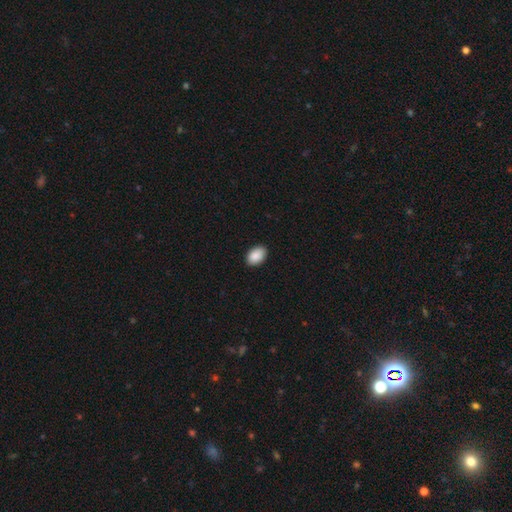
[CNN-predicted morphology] smooth-or-featured: smooth: 90% | star or artifact: 7% | featured or disk: 3%
  how-rounded: in between: 89% | round: 10% | cigar-shaped: 1%
  merging: none: 89% | minor disturbance: 8% | major disturbance: 2% | merger: 1%